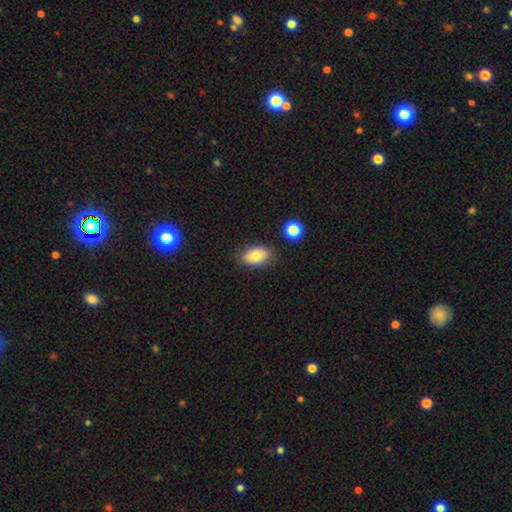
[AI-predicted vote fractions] Smooth or featured? Predicted: smooth (p=0.78). How rounded? Predicted: in between (p=0.90). Merging? Predicted: none (p=0.80).